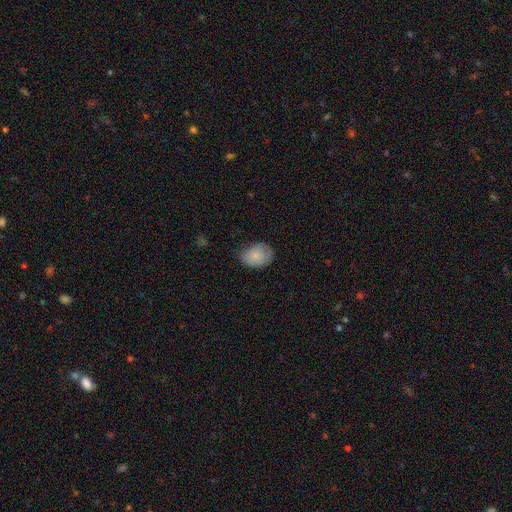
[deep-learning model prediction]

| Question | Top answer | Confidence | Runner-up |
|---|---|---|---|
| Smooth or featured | smooth | 80% | featured or disk (13%) |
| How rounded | in between | 72% | round (27%) |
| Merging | none | 60% | minor disturbance (32%) |